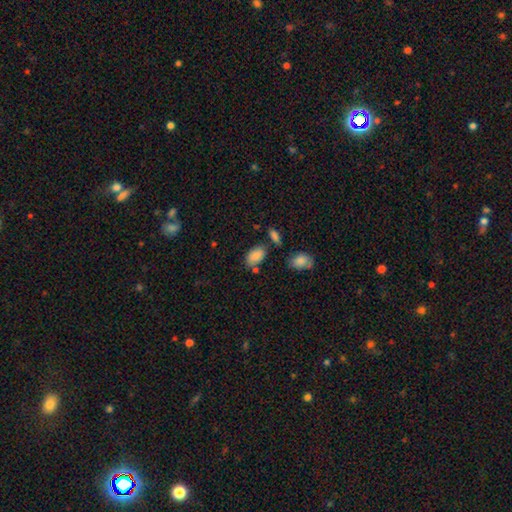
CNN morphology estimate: Smooth or featured? smooth (86%)
How rounded? in between (93%)
Merging? none (67%)